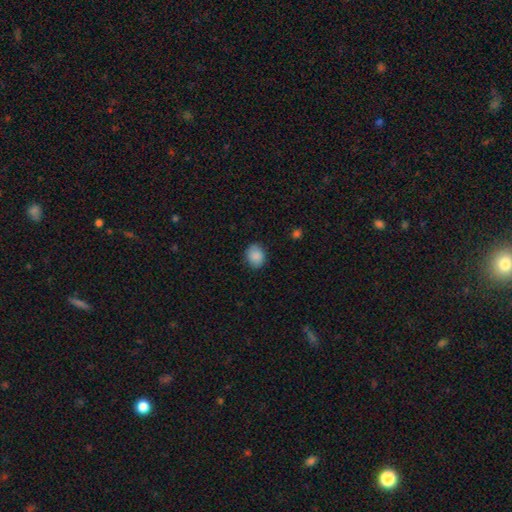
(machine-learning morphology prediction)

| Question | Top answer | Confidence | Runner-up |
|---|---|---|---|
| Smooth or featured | smooth | 88% | star or artifact (8%) |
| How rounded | round | 50% | in between (49%) |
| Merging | none | 84% | minor disturbance (12%) |